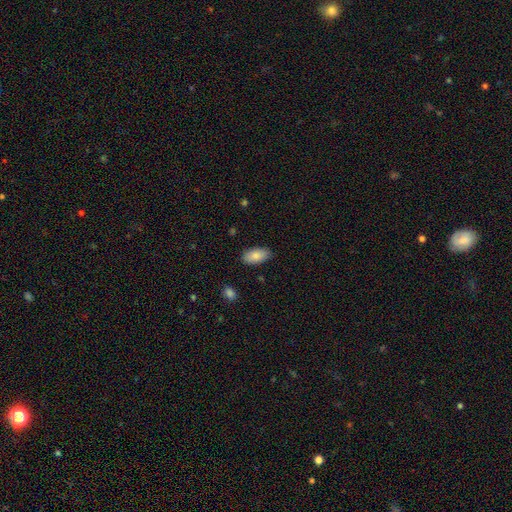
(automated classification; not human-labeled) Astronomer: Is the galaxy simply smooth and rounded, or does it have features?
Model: smooth — 84%.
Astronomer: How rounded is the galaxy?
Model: in between — 93%.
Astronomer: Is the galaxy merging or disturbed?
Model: none — 85%.